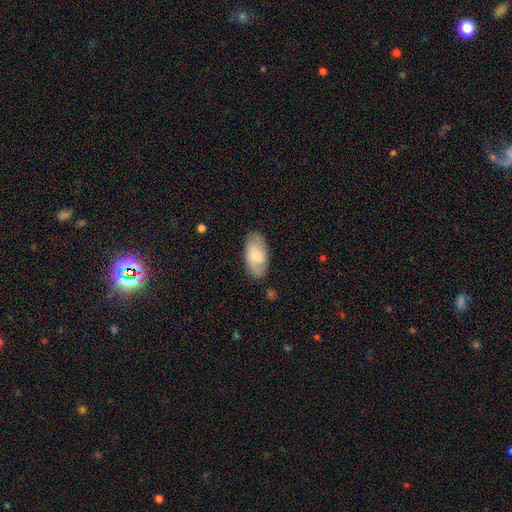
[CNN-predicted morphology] Smooth or featured? Predicted: smooth (p=0.68). How rounded? Predicted: in between (p=0.94). Merging? Predicted: none (p=0.81).